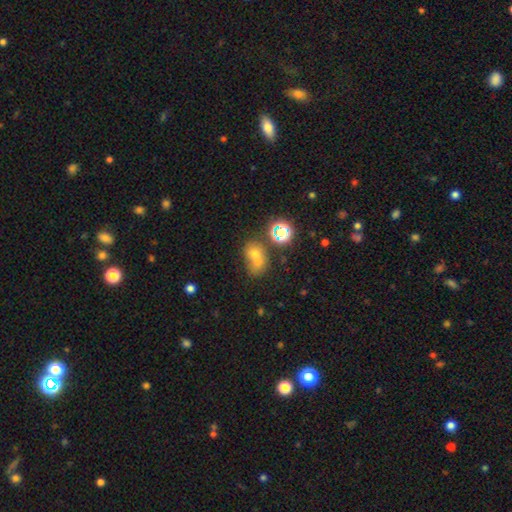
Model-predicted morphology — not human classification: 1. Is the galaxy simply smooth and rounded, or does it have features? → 59% smooth, 23% star or artifact, 18% featured or disk.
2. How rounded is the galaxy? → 57% round, 42% in between, 1% cigar-shaped.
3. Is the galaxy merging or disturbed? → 62% merger, 27% none, 7% minor disturbance, 4% major disturbance.